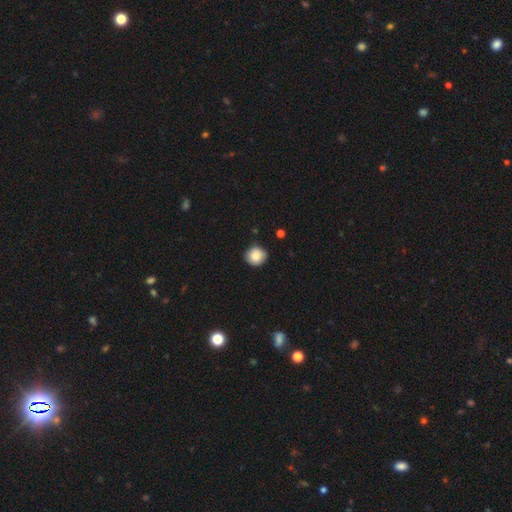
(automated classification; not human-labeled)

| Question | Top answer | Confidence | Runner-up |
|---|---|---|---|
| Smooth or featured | smooth | 86% | star or artifact (8%) |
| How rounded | round | 90% | in between (9%) |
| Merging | none | 86% | minor disturbance (11%) |